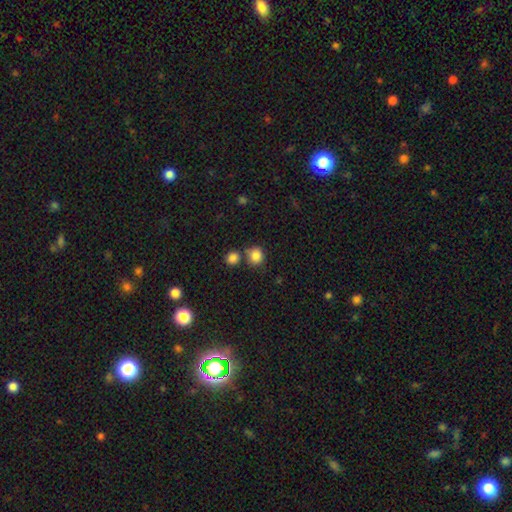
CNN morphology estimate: A smooth galaxy with no disk features (85%) that is round (85%). Merging: none (66%).